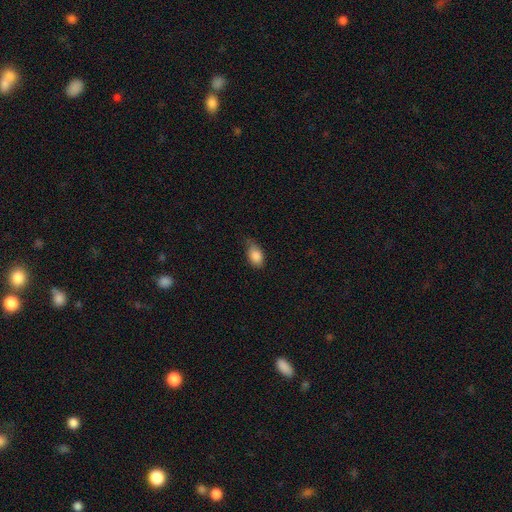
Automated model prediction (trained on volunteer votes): Smooth or featured? smooth (86%)
How rounded? in between (88%)
Merging? none (58%)